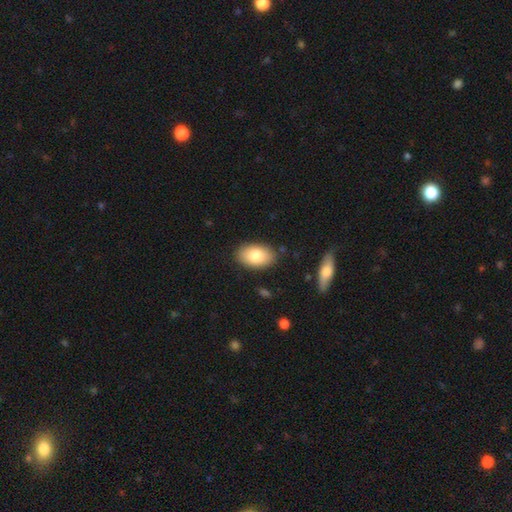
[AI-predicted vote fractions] This appears to be a smooth galaxy with no disk features (80%) that is in between round and cigar-shaped (92%). Merging: none (86%).